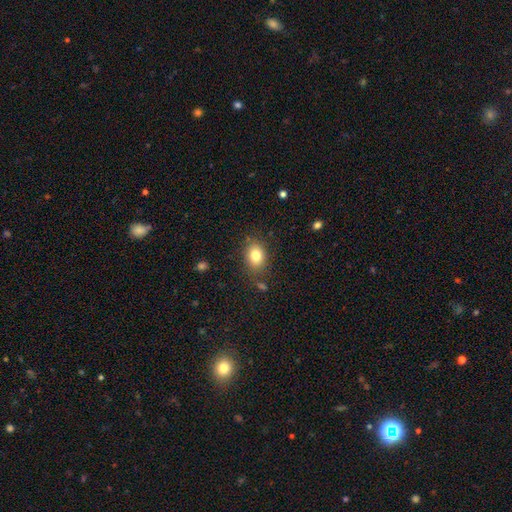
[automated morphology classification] A smooth galaxy with no disk features (81%) that is in between round and cigar-shaped (66%).

Vote fractions:
- Smooth or featured? smooth: 81% / star or artifact: 10% / featured or disk: 9%
- How rounded? in between: 66% / round: 33% / cigar-shaped: 1%
- Merging? none: 82% / minor disturbance: 12% / major disturbance: 4% / merger: 3%